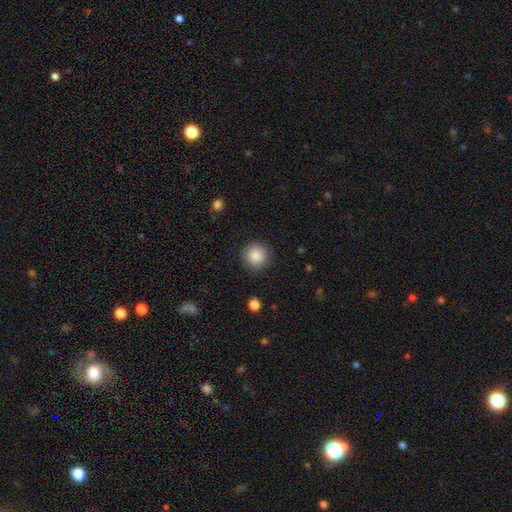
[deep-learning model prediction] Smooth or featured? Predicted: smooth (p=0.86). How rounded? Predicted: round (p=0.95). Merging? Predicted: none (p=0.88).